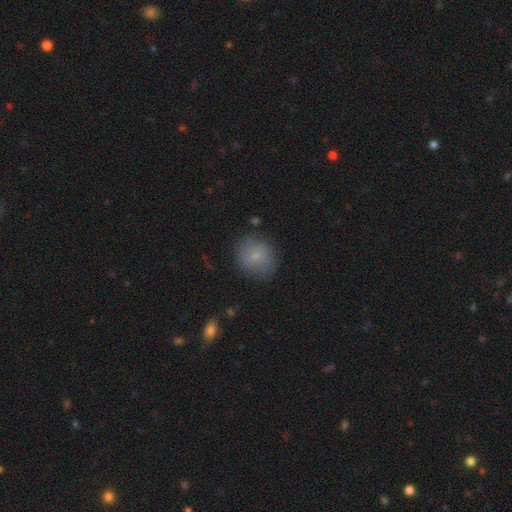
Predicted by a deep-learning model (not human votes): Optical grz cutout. It shows a smooth galaxy with no disk features (78%) that is round (83%). Merging: none (81%).